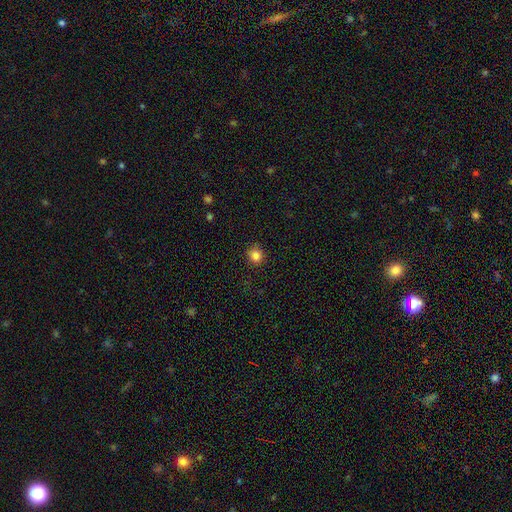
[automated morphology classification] Overall: smooth (84%). How rounded: round (83%). Merging: none (87%).